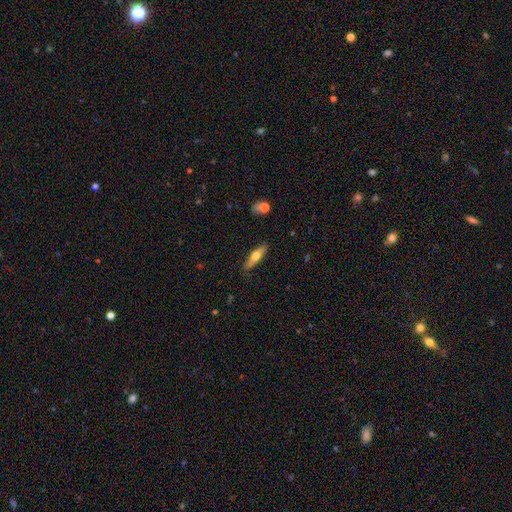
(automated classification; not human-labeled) Morphology: type=featured or disk (47%, tied with smooth); merging=none (88%).